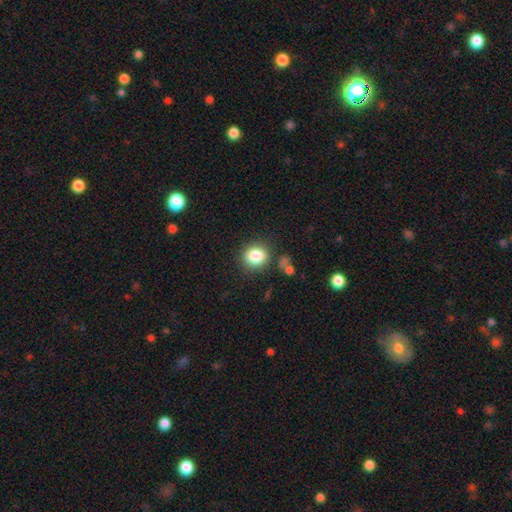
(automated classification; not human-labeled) Smooth or featured? Predicted: smooth (p=0.83). How rounded? Predicted: round (p=0.73). Merging? Predicted: none (p=0.80).